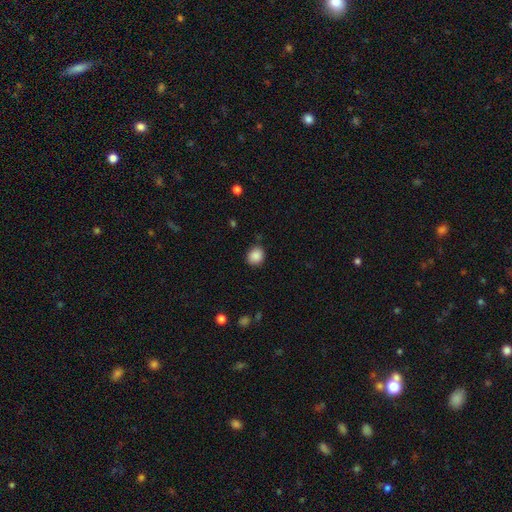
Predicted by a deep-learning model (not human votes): A smooth galaxy with no disk features (88%) that is round (70%). Merging: none (85%).